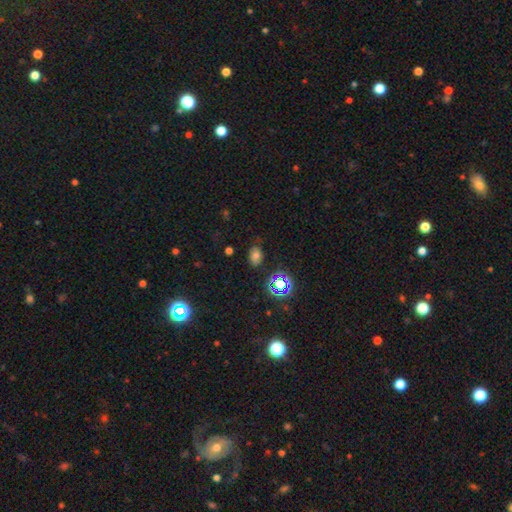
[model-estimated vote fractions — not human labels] Smooth or featured?
  - smooth: 64% *
  - star or artifact: 26%
  - featured or disk: 10%
How rounded?
  - in between: 77% *
  - round: 22%
  - cigar-shaped: 1%
Merging?
  - none: 76% *
  - minor disturbance: 16%
  - major disturbance: 5%
  - merger: 2%